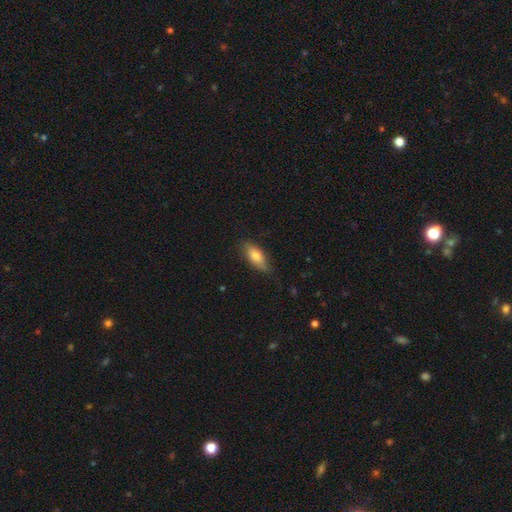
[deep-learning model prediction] Smooth or featured? smooth (72%)
How rounded? in between (76%)
Merging? none (76%)